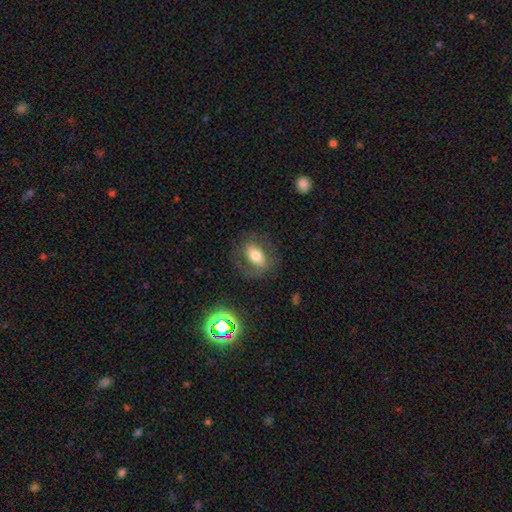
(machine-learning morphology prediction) Q: Smooth or featured?
A: smooth (52%); runner-up: featured or disk (38%)
Q: How rounded?
A: in between (79%); runner-up: round (16%)
Q: Merging?
A: none (71%); runner-up: minor disturbance (16%)